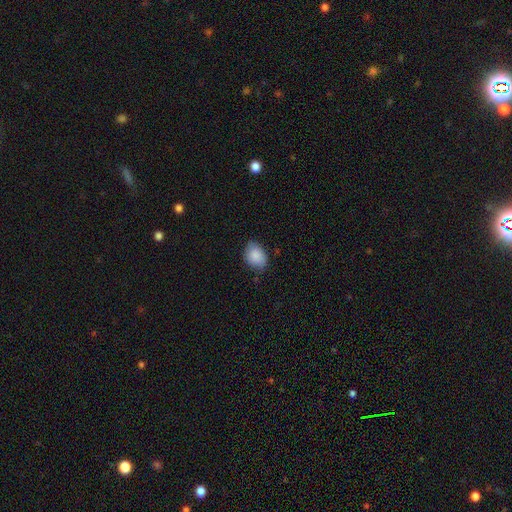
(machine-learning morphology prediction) Q: Smooth or featured?
A: smooth (88%); runner-up: star or artifact (7%)
Q: How rounded?
A: in between (68%); runner-up: round (31%)
Q: Merging?
A: none (74%); runner-up: minor disturbance (21%)